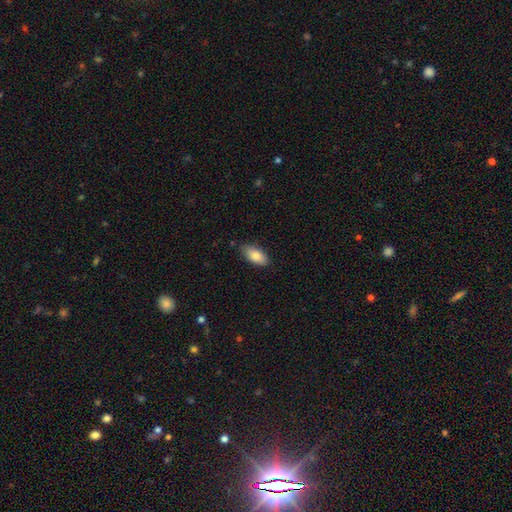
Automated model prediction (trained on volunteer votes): This appears to be a smooth galaxy with no disk features (82%) that is in between round and cigar-shaped (91%). Merging: none (83%).